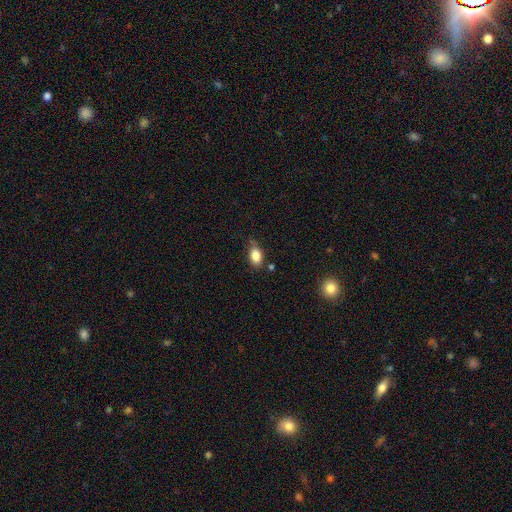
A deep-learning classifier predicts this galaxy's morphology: smooth_or_featured: smooth (p=0.84) [alt: star or artifact p=0.09]
how_rounded: in between (p=0.85) [alt: round p=0.12]
merging: none (p=0.59) [alt: minor disturbance p=0.30]